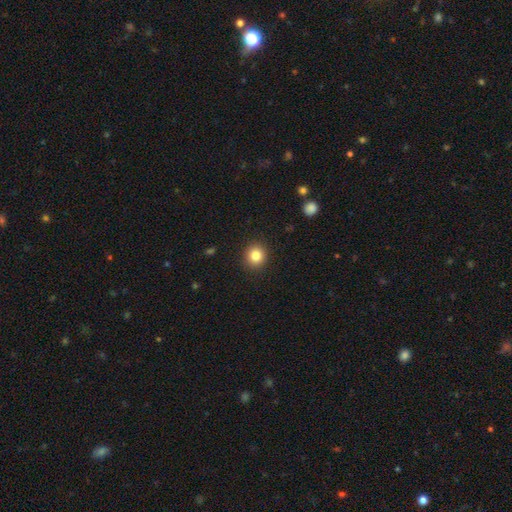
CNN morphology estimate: This is clearly a smooth galaxy (84%). How rounded: clearly round (87%). Merging: clearly none (91%).